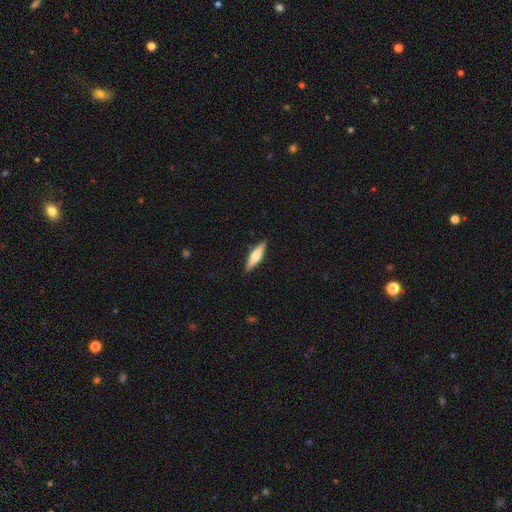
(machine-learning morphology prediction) A smooth galaxy with no disk features (51%) that is cigar-shaped (76%).

Vote fractions:
- Smooth or featured? smooth: 51% / featured or disk: 44% / star or artifact: 5%
- How rounded? cigar-shaped: 76% / in between: 22% / round: 2%
- Merging? none: 90% / minor disturbance: 8% / major disturbance: 2% / merger: 1%